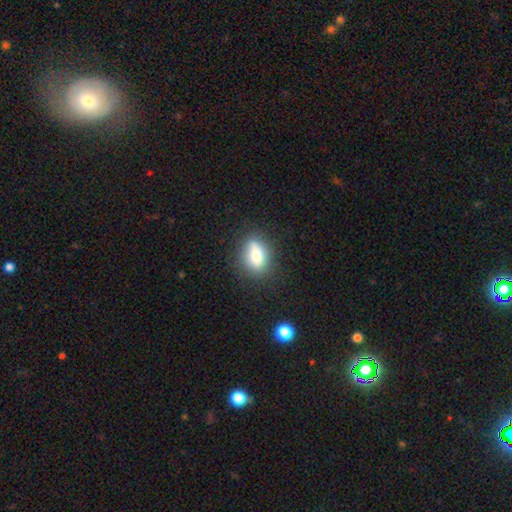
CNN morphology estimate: Smooth or featured: smooth — 68% (featured or disk — 23%)
How rounded: in between — 70% (round — 20%)
Merging: none — 80% (minor disturbance — 14%)